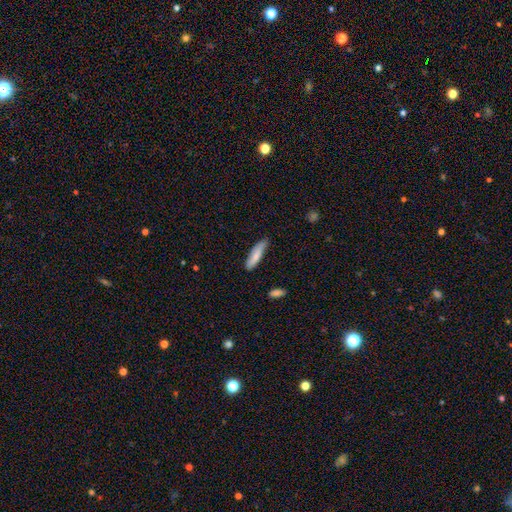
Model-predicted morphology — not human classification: smooth 79%, featured or disk 16%, star or artifact 6%. Down the decision tree: how rounded — cigar-shaped (73%); merging — none (74%).